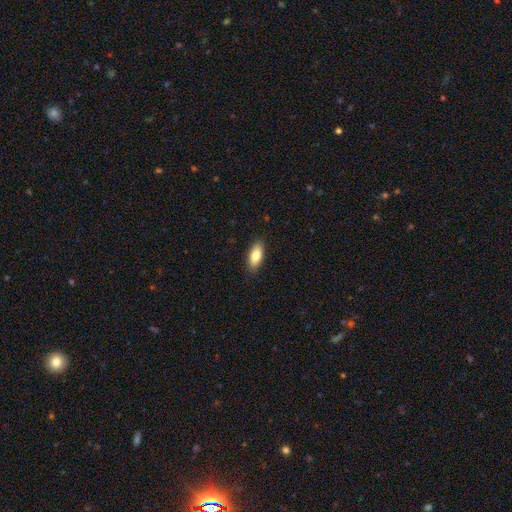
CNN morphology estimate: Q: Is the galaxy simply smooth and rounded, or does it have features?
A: smooth — 83%.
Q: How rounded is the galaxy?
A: in between — 83%.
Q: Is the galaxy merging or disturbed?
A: none — 87%.